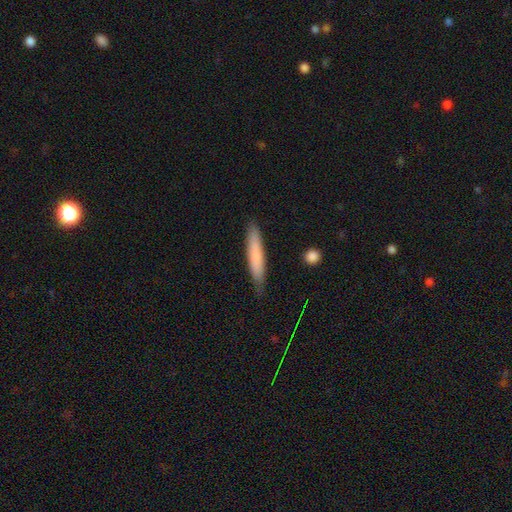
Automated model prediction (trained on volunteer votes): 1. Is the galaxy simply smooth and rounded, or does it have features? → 75% smooth, 19% featured or disk, 6% star or artifact.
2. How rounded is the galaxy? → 91% cigar-shaped, 8% in between, 1% round.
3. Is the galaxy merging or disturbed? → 83% none, 14% minor disturbance, 2% major disturbance, 1% merger.